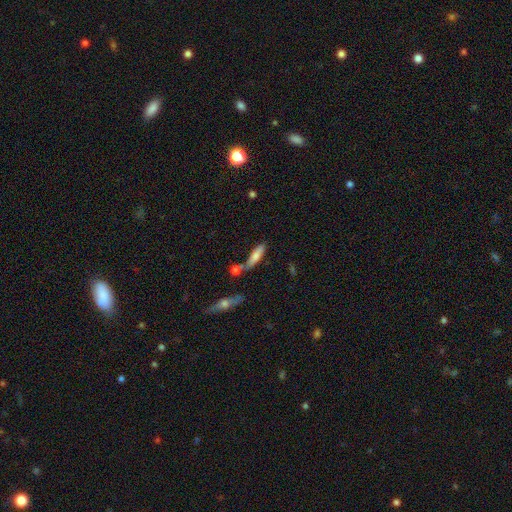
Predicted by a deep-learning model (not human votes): This is likely a smooth galaxy (69%). How rounded: likely cigar-shaped (67%). Merging: possibly none (58%).